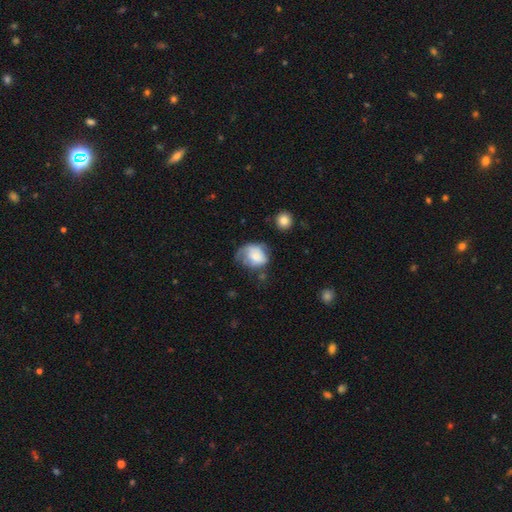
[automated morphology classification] Q: Smooth or featured?
A: smooth (57%); runner-up: featured or disk (35%)
Q: How rounded?
A: round (52%); runner-up: in between (47%)
Q: Merging?
A: minor disturbance (32%); tied with: none (32%); major disturbance (32%)